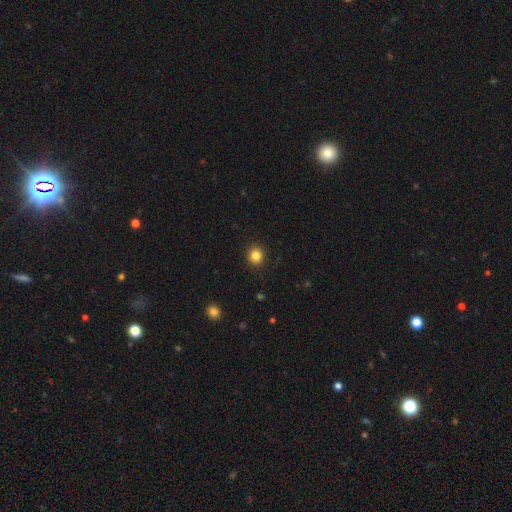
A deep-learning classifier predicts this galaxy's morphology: Smooth or featured? Predicted: smooth (p=0.84). How rounded? Predicted: round (p=0.89). Merging? Predicted: none (p=0.92).